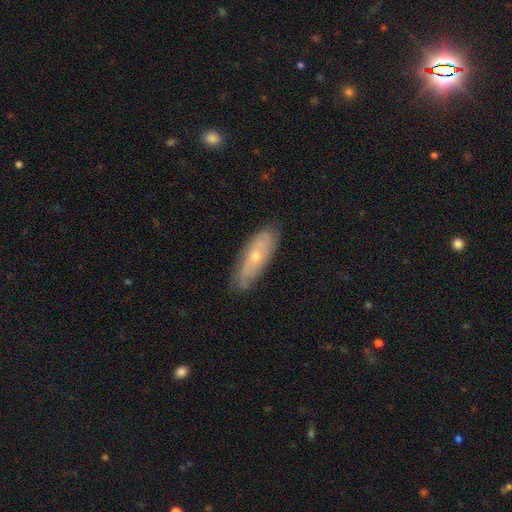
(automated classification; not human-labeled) This is possibly a featured or disk galaxy (59%). It is likely not viewed edge-on (72%). Merging: likely none (77%).